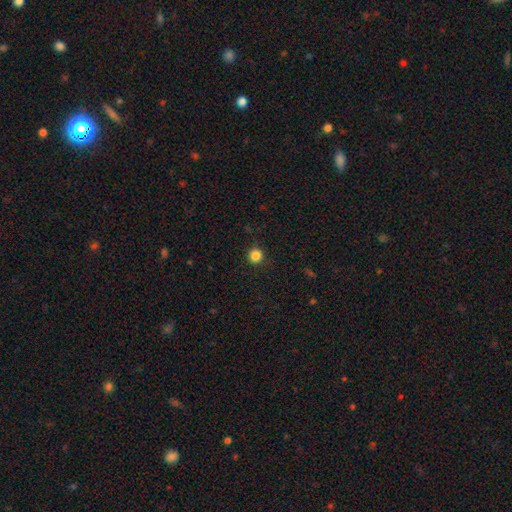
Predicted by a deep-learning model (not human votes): The model was most divided on "smooth or featured": smooth: 84%, star or artifact: 12%, featured or disk: 3%. More confident: how rounded — round (94%); merging — none (90%).